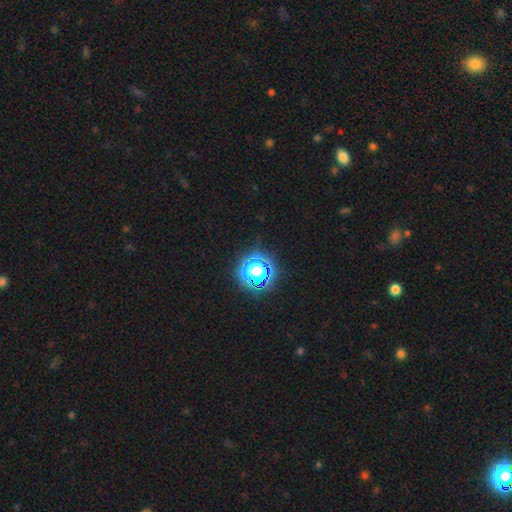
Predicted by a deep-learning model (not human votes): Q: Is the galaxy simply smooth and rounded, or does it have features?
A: star or artifact — 79%.